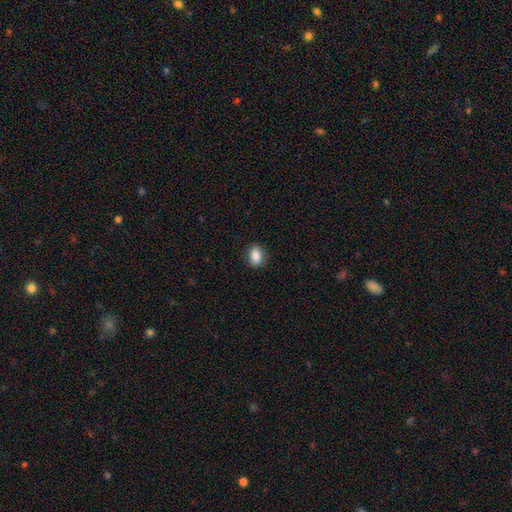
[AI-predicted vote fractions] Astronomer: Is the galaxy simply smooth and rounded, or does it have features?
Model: smooth — 88%.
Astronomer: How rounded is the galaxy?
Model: in between — 77%.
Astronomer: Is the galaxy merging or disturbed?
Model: none — 88%.